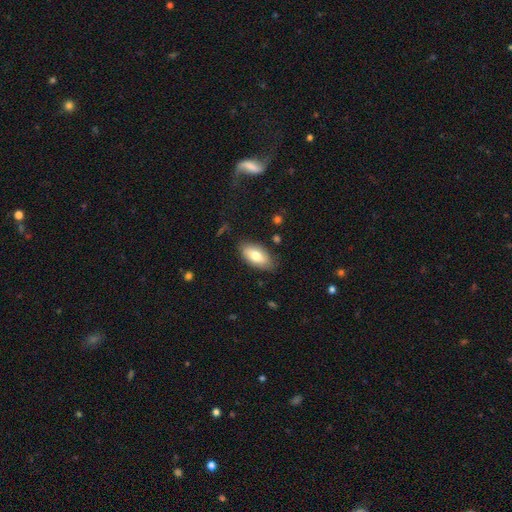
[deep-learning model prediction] smooth 75%, featured or disk 18%, star or artifact 7%. Down the decision tree: how rounded — in between (92%); merging — none (82%).